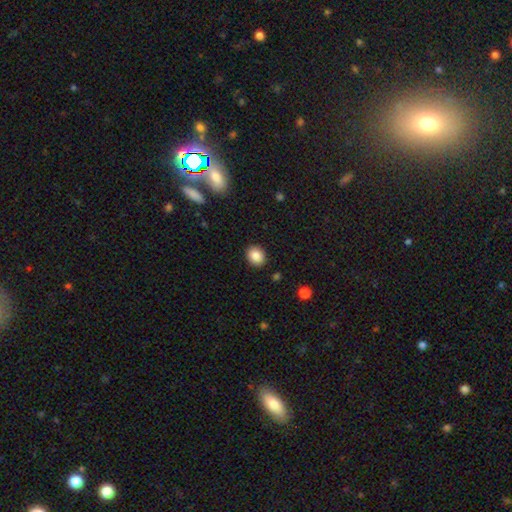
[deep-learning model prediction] Overall: smooth (86%). How rounded: round (59%; in between 40%). Merging: none (90%).